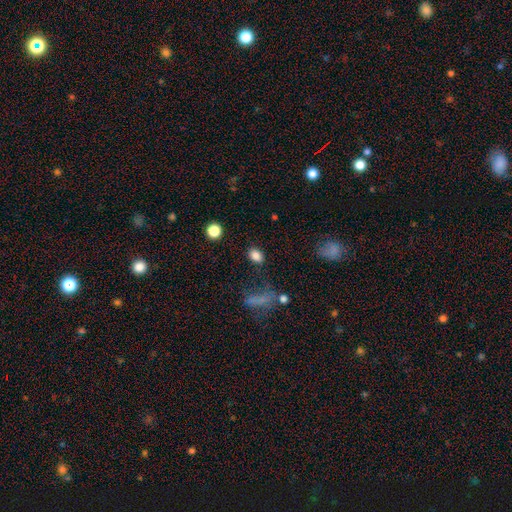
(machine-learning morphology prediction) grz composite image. It shows a smooth galaxy with no disk features (84%) that is in between round and cigar-shaped (75%). Merging: none (81%).